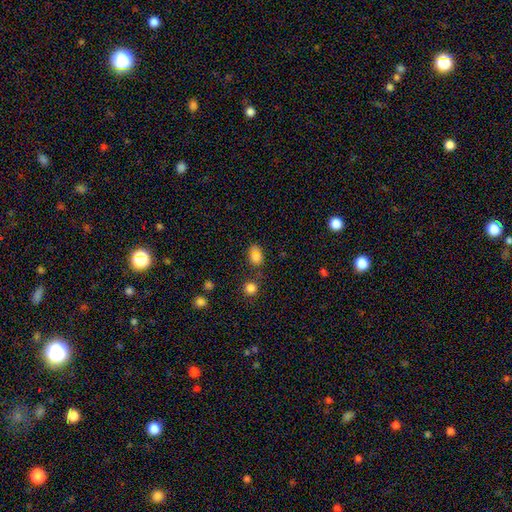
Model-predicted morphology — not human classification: The model was most divided on "merging": none: 58%, minor disturbance: 23%, merger: 12%, major disturbance: 7%. More confident: smooth or featured — smooth (80%); how rounded — in between (72%).